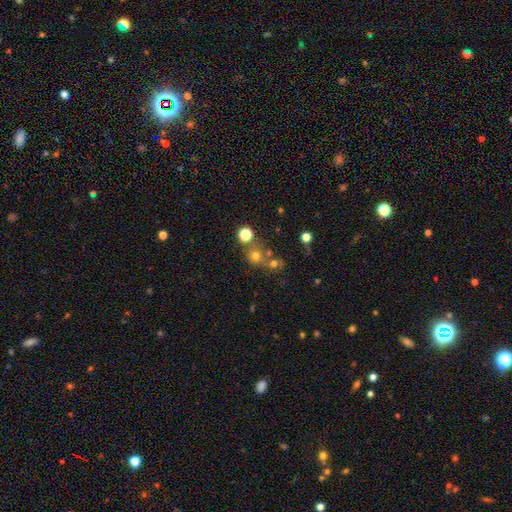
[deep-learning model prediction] Overall: smooth (64%). How rounded: round (86%). Merging: none (55%; merger 32%).